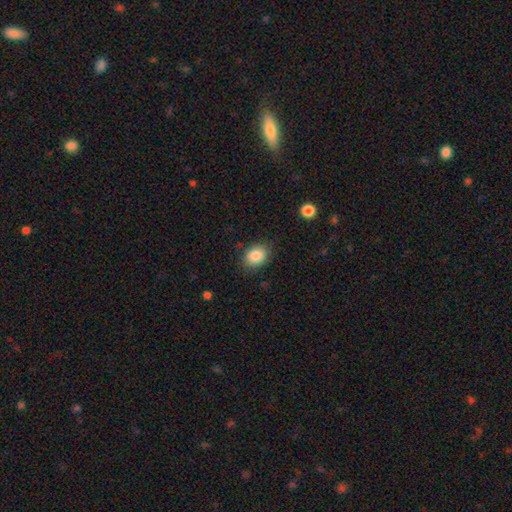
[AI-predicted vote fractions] Overall: smooth (86%). How rounded: in between (63%; round 36%). Merging: none (83%).